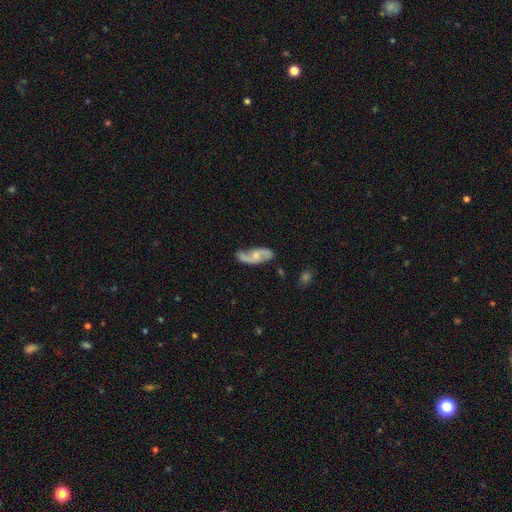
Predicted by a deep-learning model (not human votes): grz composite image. It shows a featured or disk galaxy (72%) with no bar (60%), 2 (84%) loose (54%) spiral arms (91%) and a moderate central bulge (45%). Merging: none (61%).